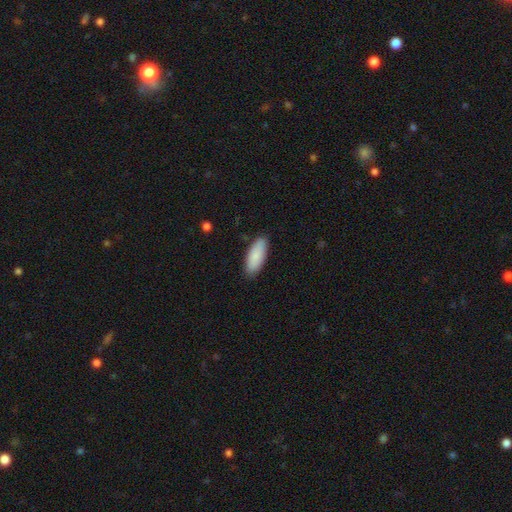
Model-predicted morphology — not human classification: Smooth or featured? Predicted: smooth (p=0.88). How rounded? Predicted: in between (p=0.78). Merging? Predicted: none (p=0.86).